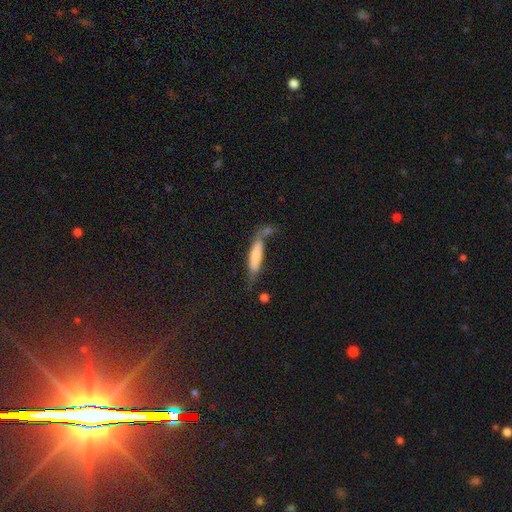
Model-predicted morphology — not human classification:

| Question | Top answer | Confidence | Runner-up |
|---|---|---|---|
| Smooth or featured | smooth | 71% | featured or disk (22%) |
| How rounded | cigar-shaped | 75% | in between (24%) |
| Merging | none | 45% | minor disturbance (26%) |